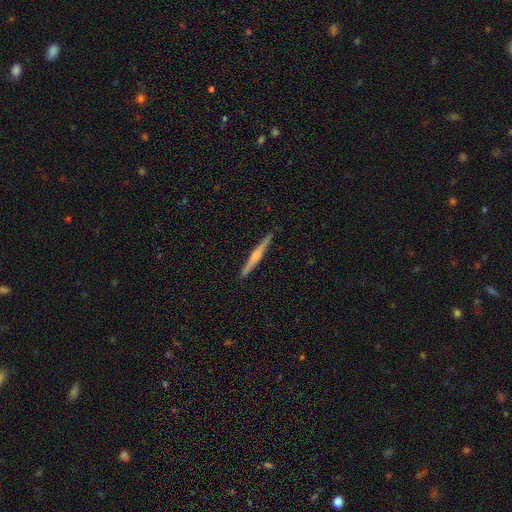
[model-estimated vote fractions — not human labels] Overall: featured or disk (63%; smooth 31%). Edge-on disk: yes (98%). Edge-on bulge: rounded (60%; none 24%). Merging: none (92%).